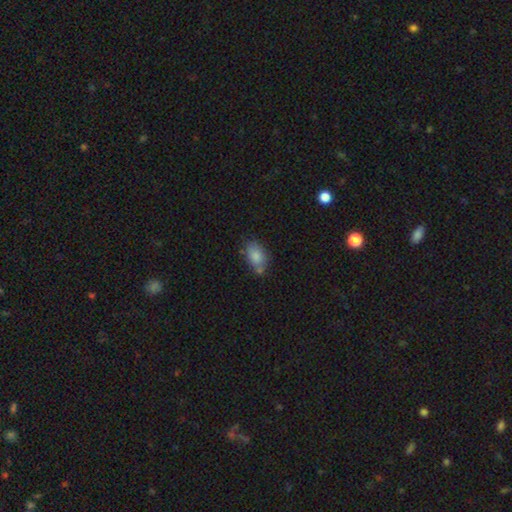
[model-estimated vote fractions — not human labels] Smooth or featured? Predicted: smooth (p=0.83). How rounded? Predicted: in between (p=0.87). Merging? Predicted: none (p=0.57).